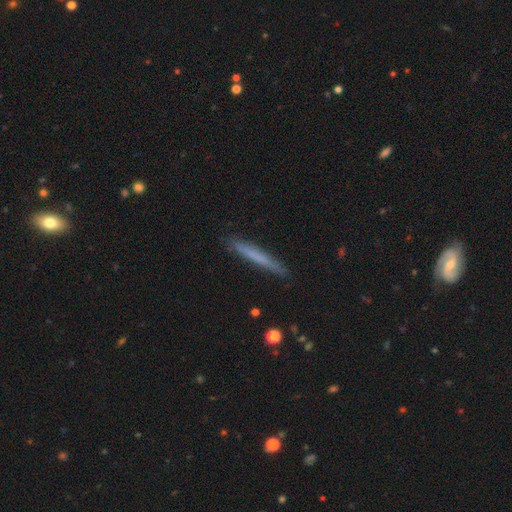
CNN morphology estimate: Overall: smooth (62%; featured or disk 31%). How rounded: cigar-shaped (96%). Merging: none (88%).